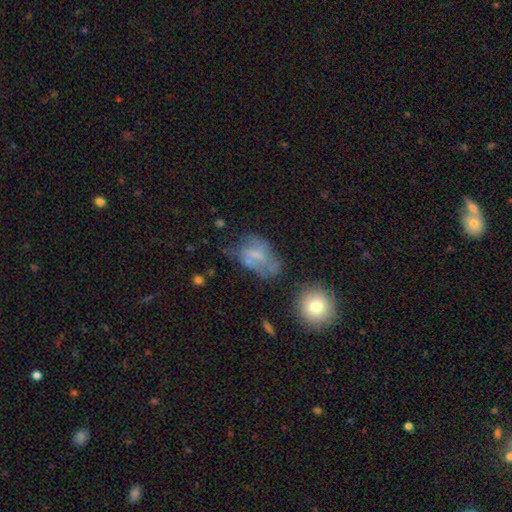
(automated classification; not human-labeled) A featured or disk galaxy (45%). Merging: none (36%).